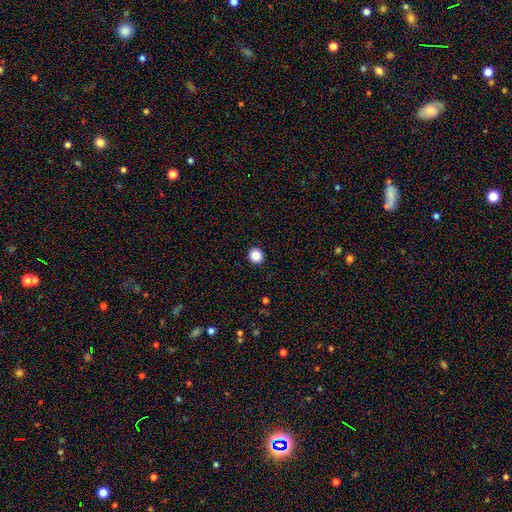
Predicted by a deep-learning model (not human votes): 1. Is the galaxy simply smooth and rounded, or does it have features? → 87% smooth, 10% star or artifact, 3% featured or disk.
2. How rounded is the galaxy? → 87% round, 12% in between, 1% cigar-shaped.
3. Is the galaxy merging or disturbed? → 93% none, 4% minor disturbance, 2% major disturbance, 1% merger.